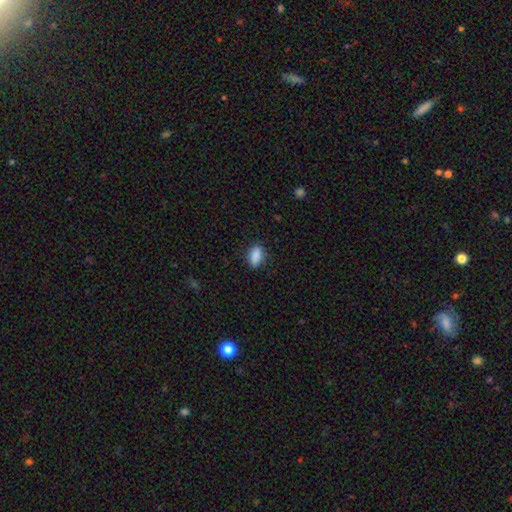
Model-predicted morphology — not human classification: smooth 88%, star or artifact 7%, featured or disk 4%. Down the decision tree: how rounded — in between (87%); merging — none (84%).